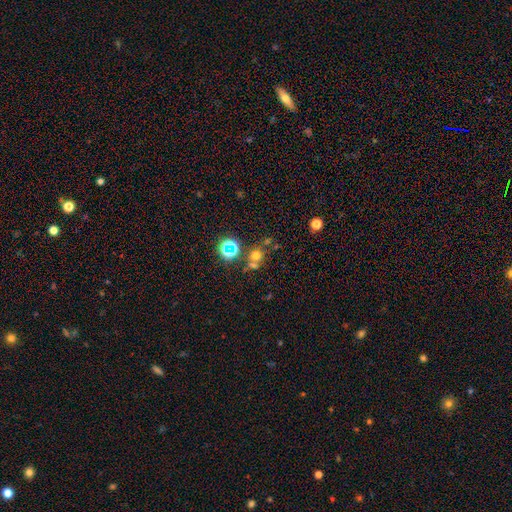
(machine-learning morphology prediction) A smooth galaxy with no disk features (60%) that is round (86%). Merging: none (61%).